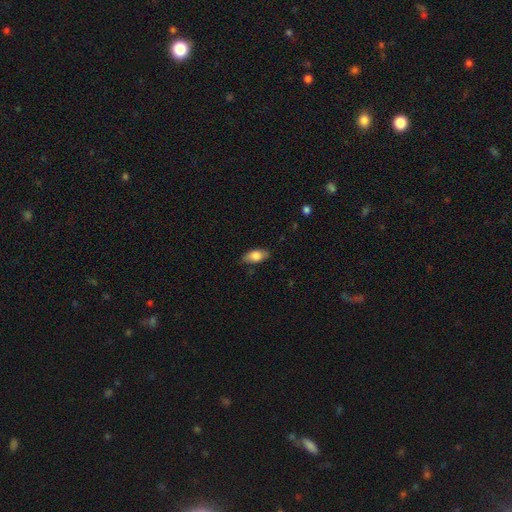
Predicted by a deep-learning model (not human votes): A smooth galaxy with no disk features (80%) that is in between round and cigar-shaped (89%). Merging: none (81%).